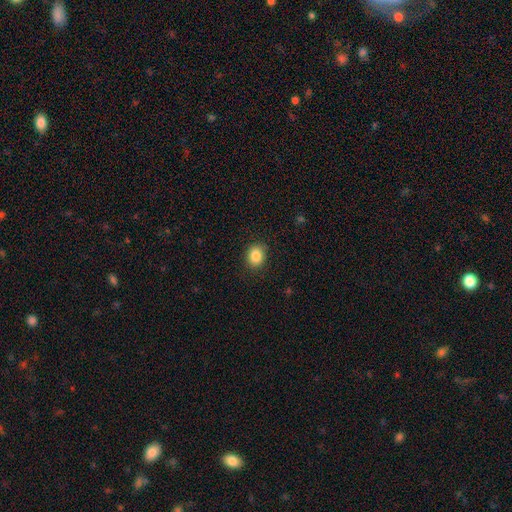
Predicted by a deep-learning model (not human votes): Overall: smooth (86%). How rounded: round (58%; in between 41%). Merging: none (87%).